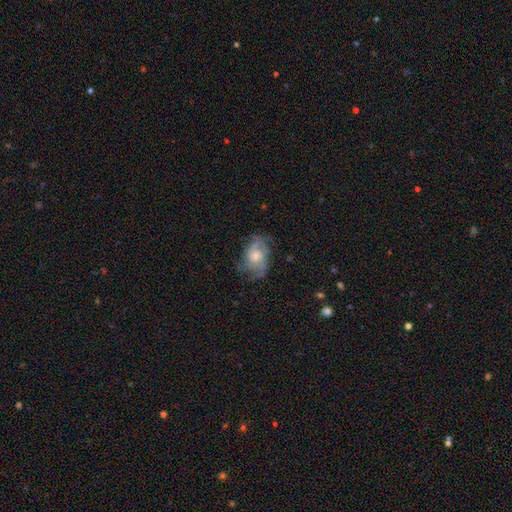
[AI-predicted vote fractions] Overall: featured or disk (71%). Edge-on disk: no (97%). Bar: no (73%). Spiral arms: yes (91%). Spiral arm count: 2 (31%; can't tell 27%). Spiral winding: medium (46%; tight 31%). Bulge size: moderate (50%; small 39%). Merging: none (61%; minor disturbance 23%).